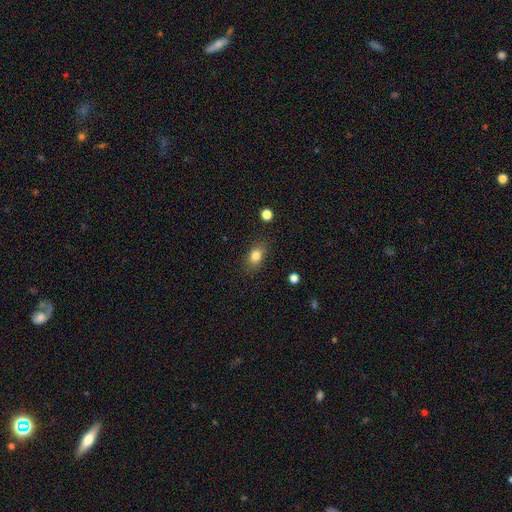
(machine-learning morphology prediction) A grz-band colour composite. It shows a smooth galaxy with no disk features (82%) that is in between round and cigar-shaped (75%). Merging: none (83%).